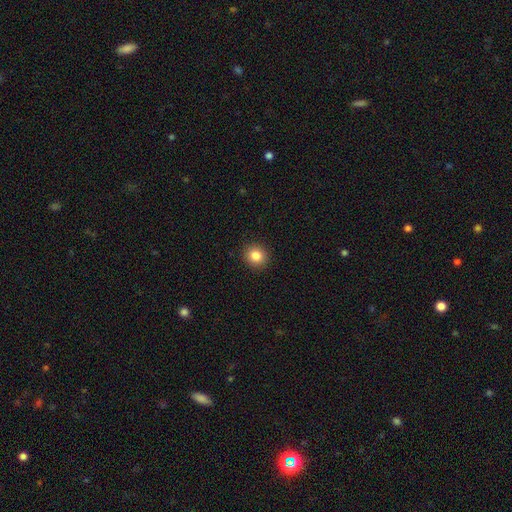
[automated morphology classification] smooth-or-featured: smooth: 85% | star or artifact: 10% | featured or disk: 5%
  how-rounded: round: 83% | in between: 16% | cigar-shaped: 1%
  merging: none: 92% | minor disturbance: 5% | major disturbance: 2% | merger: 1%